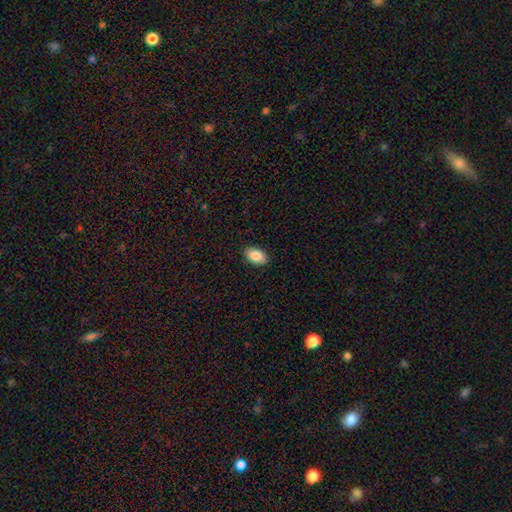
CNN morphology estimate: smooth_or_featured: smooth (p=0.87) [alt: star or artifact p=0.07]
how_rounded: in between (p=0.91) [alt: round p=0.07]
merging: none (p=0.89) [alt: minor disturbance p=0.08]